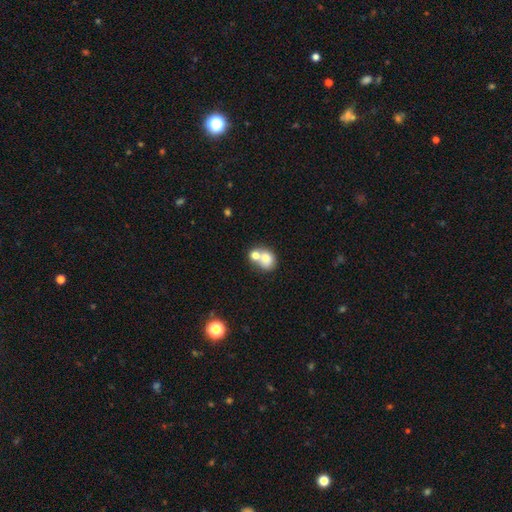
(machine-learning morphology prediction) Q: Smooth or featured?
A: smooth (73%); runner-up: featured or disk (17%)
Q: How rounded?
A: round (63%); runner-up: in between (36%)
Q: Merging?
A: merger (63%); runner-up: none (27%)